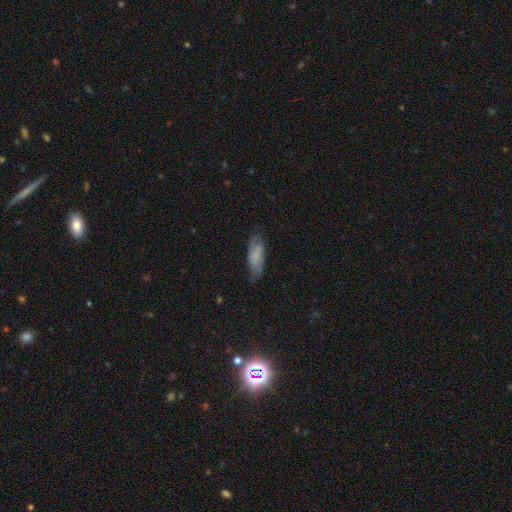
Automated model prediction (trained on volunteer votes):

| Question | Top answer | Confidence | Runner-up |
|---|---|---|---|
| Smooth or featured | smooth | 59% | featured or disk (33%) |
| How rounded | in between | 64% | cigar-shaped (34%) |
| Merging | none | 71% | minor disturbance (22%) |